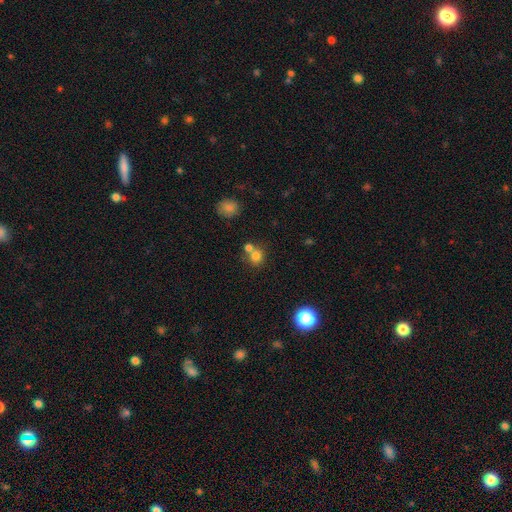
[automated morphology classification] A smooth galaxy with no disk features (76%) that is round (84%). Merging: none (50%).